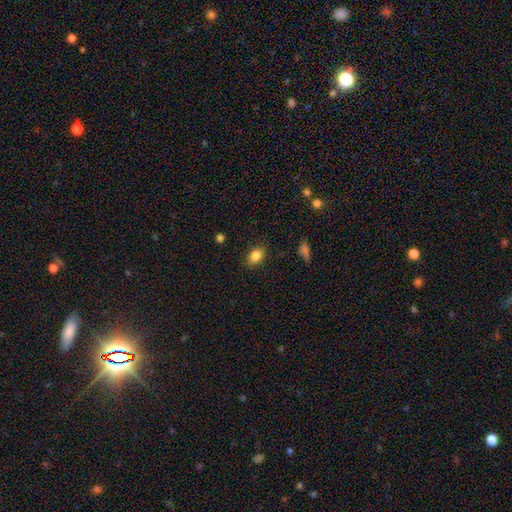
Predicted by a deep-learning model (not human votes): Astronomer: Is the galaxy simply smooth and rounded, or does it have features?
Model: smooth — 84%.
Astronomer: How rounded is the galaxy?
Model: in between — 81%.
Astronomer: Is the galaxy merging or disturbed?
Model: none — 84%.